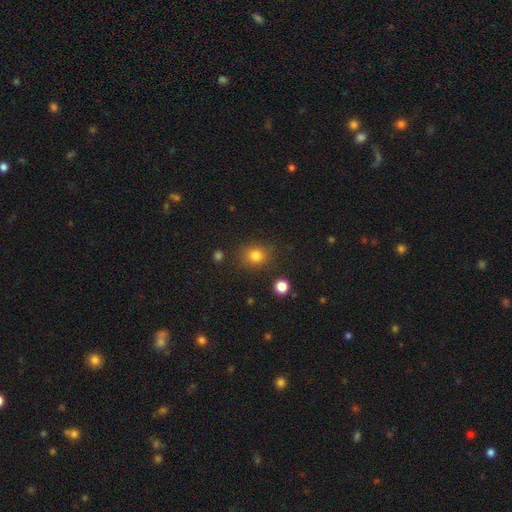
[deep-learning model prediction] Smooth or featured? Predicted: smooth (p=0.81). How rounded? Predicted: round (p=0.74). Merging? Predicted: none (p=0.81).